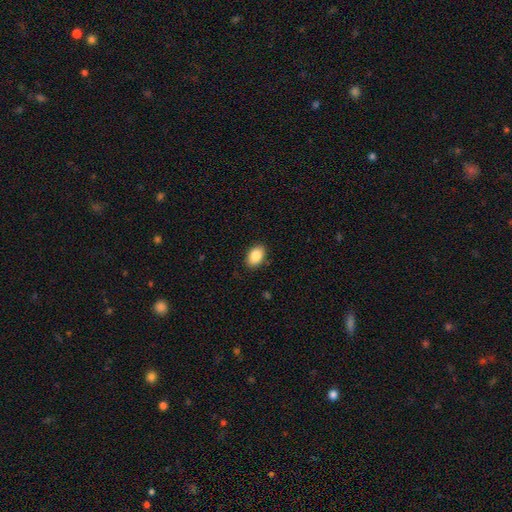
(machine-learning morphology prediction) Smooth or featured? Predicted: smooth (p=0.88). How rounded? Predicted: in between (p=0.87). Merging? Predicted: none (p=0.87).